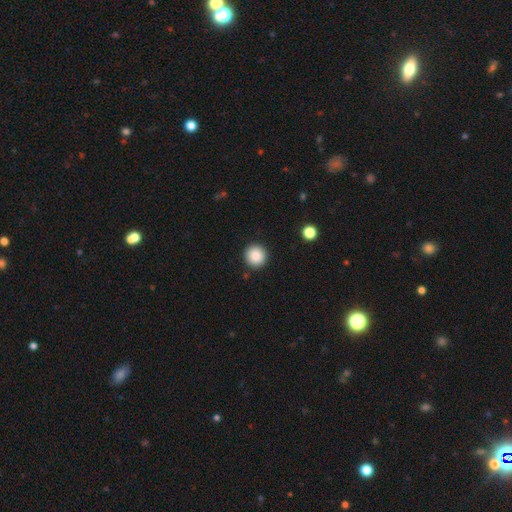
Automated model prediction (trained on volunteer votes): Overall: smooth (87%). How rounded: round (95%). Merging: none (92%).